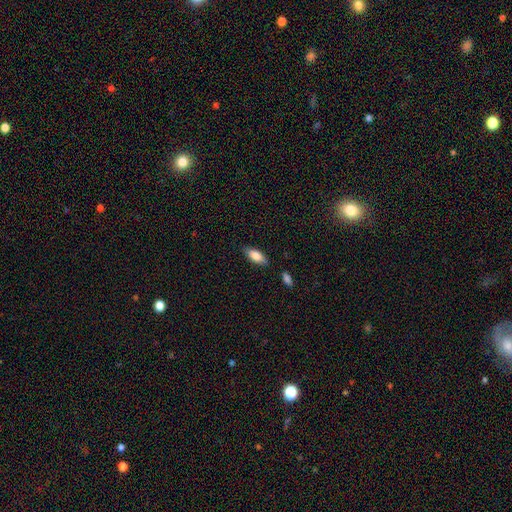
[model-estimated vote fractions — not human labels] Smooth or featured? Predicted: smooth (p=0.78). How rounded? Predicted: in between (p=0.76). Merging? Predicted: none (p=0.82).